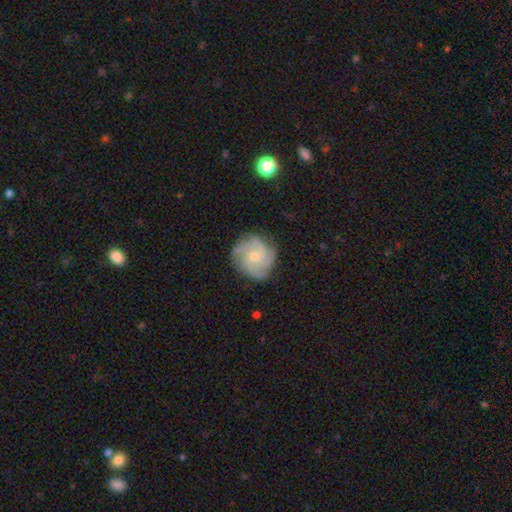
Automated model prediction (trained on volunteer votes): A featured or disk galaxy (73%) with no bar (77%), 3 (34%) tight (50%) spiral arms (94%) and a small central bulge (54%). Merging: none (77%).